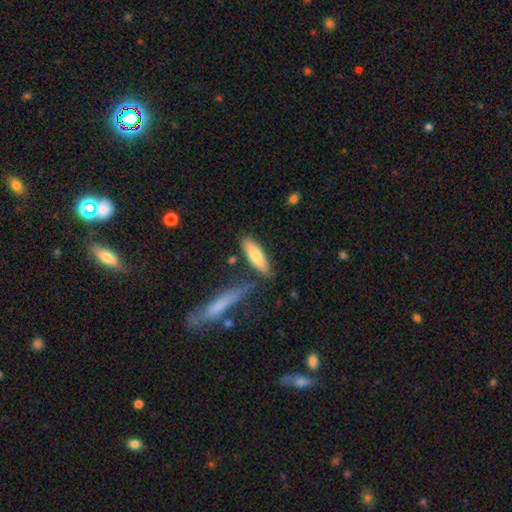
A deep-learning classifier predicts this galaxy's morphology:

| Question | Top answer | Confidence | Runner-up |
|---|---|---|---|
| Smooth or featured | smooth | 74% | featured or disk (20%) |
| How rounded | cigar-shaped | 55% | in between (43%) |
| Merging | none | 75% | minor disturbance (13%) |